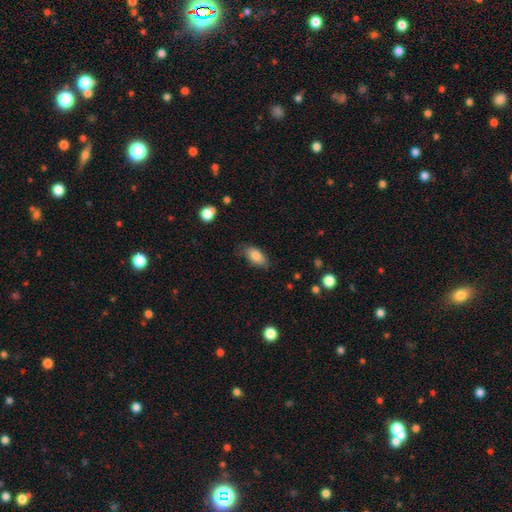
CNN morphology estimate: A smooth galaxy with no disk features (84%) that is in between round and cigar-shaped (89%). Merging: none (76%).